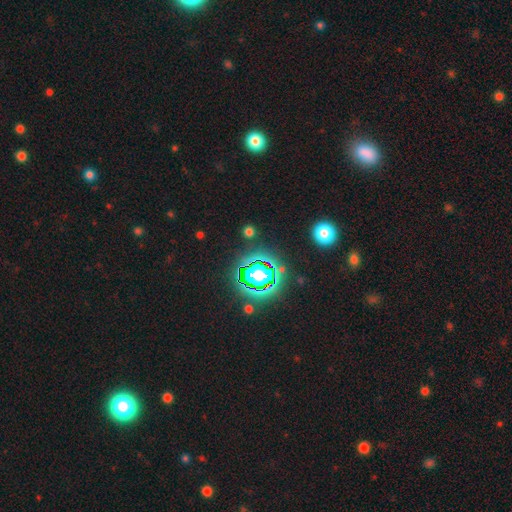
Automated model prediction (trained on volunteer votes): Overall: star or artifact (81%).